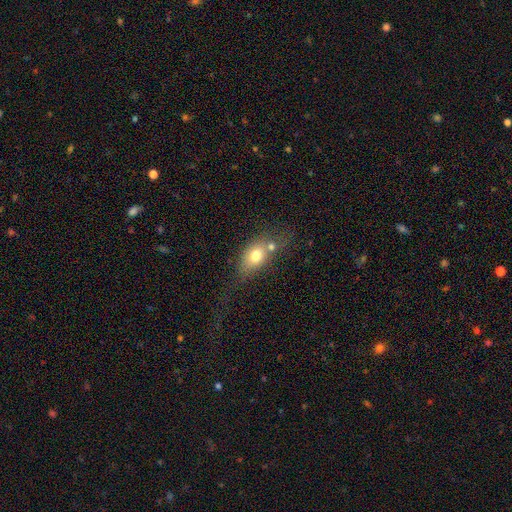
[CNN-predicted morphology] smooth_or_featured: smooth (p=0.68) [alt: featured or disk p=0.22]
how_rounded: in between (p=0.69) [alt: round p=0.24]
merging: none (p=0.40) [alt: merger p=0.31]